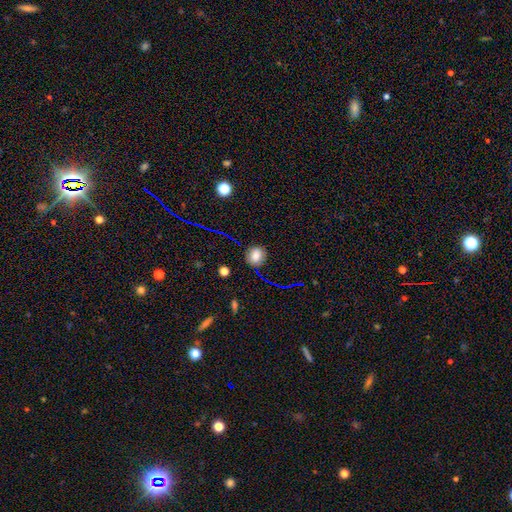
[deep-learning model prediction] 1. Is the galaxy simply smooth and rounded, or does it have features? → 75% smooth, 15% star or artifact, 10% featured or disk.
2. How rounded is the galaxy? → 83% round, 16% in between, 1% cigar-shaped.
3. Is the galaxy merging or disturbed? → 85% none, 10% minor disturbance, 3% major disturbance, 2% merger.